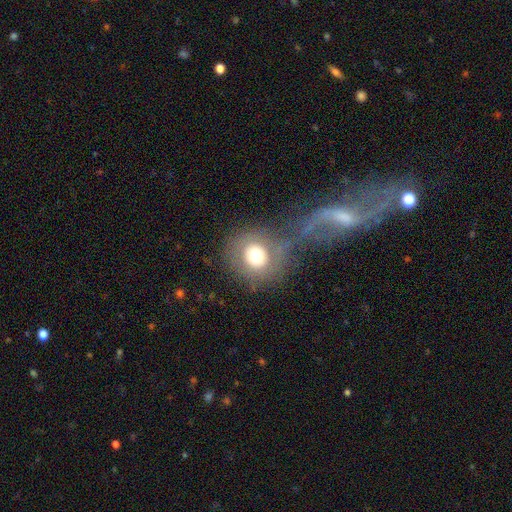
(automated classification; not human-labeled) A smooth galaxy with no disk features (68%) that is round (87%).

Vote fractions:
- Smooth or featured? smooth: 68% / featured or disk: 20% / star or artifact: 12%
- How rounded? round: 87% / in between: 12% / cigar-shaped: 1%
- Merging? none: 53% / merger: 17% / major disturbance: 16% / minor disturbance: 14%